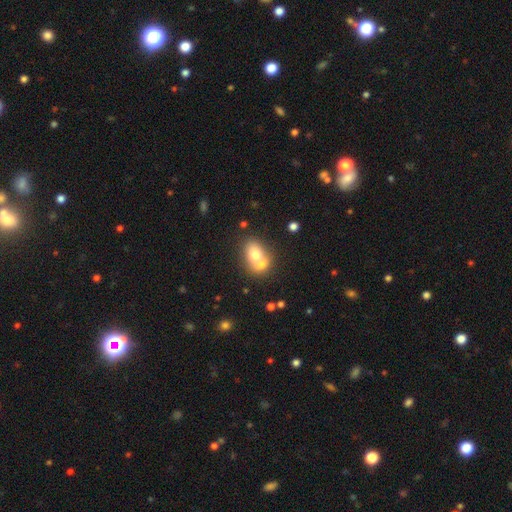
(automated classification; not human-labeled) Q: Smooth or featured?
A: smooth (70%); runner-up: featured or disk (21%)
Q: How rounded?
A: in between (67%); runner-up: round (32%)
Q: Merging?
A: merger (60%); runner-up: none (28%)